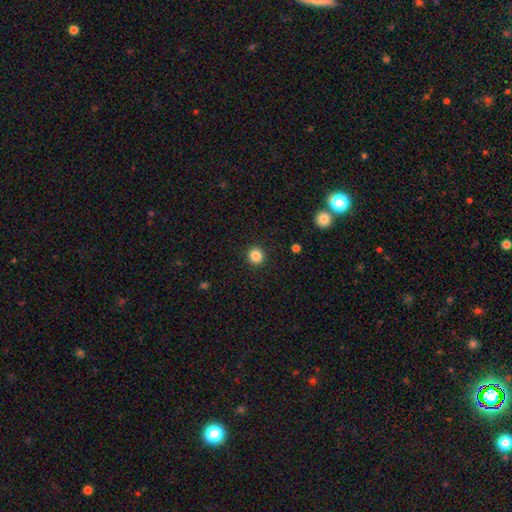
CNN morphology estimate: This is clearly a smooth galaxy (86%). How rounded: clearly round (93%). Merging: clearly none (93%).